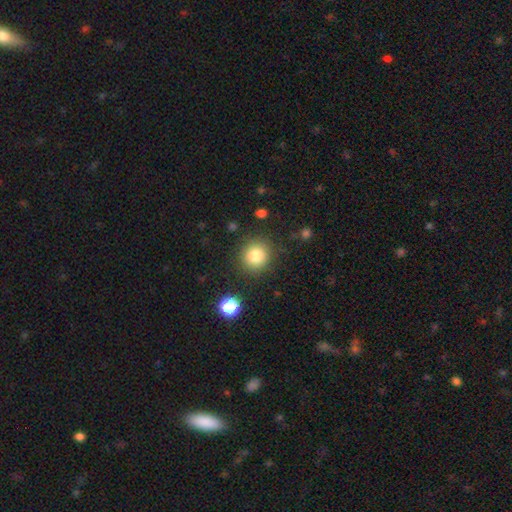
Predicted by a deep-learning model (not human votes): Smooth or featured? smooth (82%)
How rounded? round (91%)
Merging? none (87%)